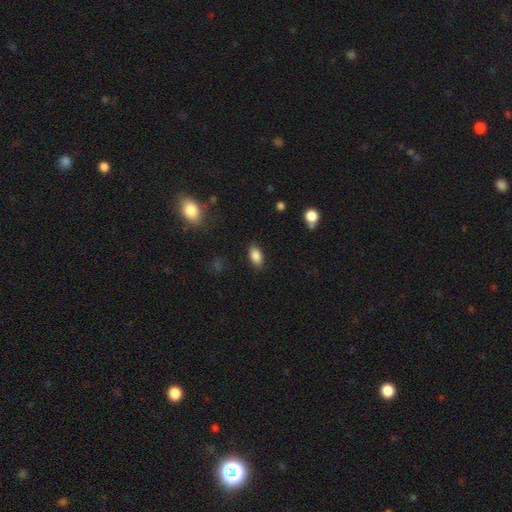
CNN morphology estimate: A smooth galaxy with no disk features (87%) that is in between round and cigar-shaped (91%). Merging: none (86%).